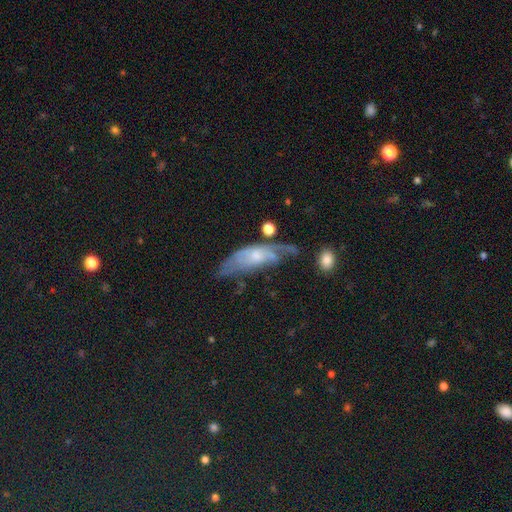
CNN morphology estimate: A featured or disk galaxy (57%). Merging: none (37%).